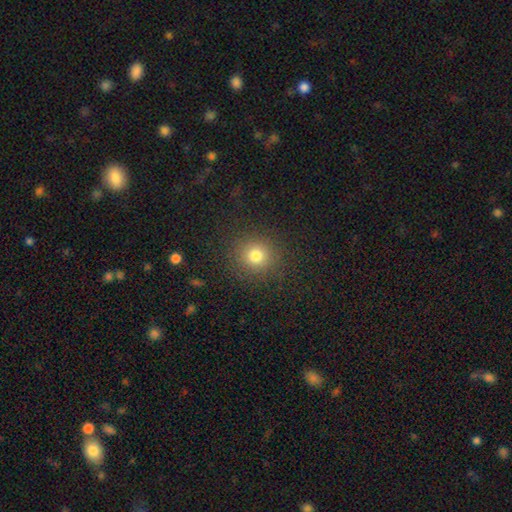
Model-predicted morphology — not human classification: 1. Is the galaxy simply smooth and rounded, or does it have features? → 77% smooth, 16% star or artifact, 7% featured or disk.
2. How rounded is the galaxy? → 92% round, 7% in between, 1% cigar-shaped.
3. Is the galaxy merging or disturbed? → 89% none, 7% minor disturbance, 3% major disturbance, 1% merger.